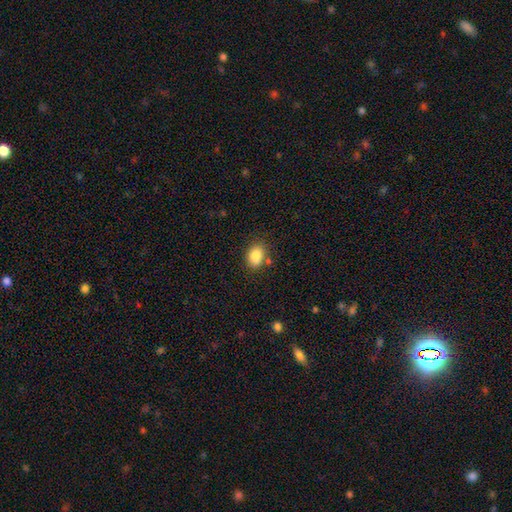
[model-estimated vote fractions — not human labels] smooth-or-featured: smooth: 85% | star or artifact: 9% | featured or disk: 6%
  how-rounded: in between: 74% | round: 25% | cigar-shaped: 1%
  merging: none: 74% | minor disturbance: 16% | merger: 7% | major disturbance: 4%